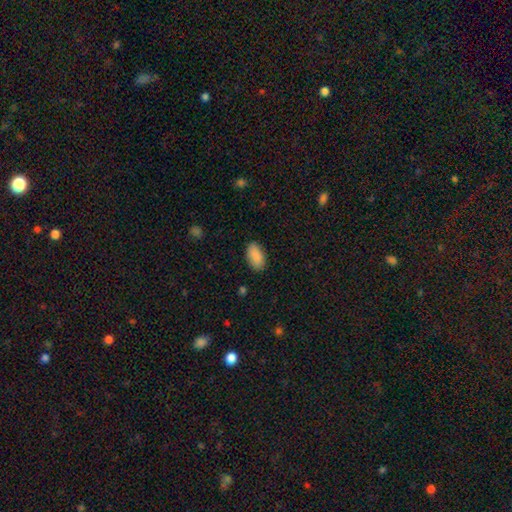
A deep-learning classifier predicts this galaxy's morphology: smooth_or_featured: smooth (p=0.89) [alt: star or artifact p=0.06]
how_rounded: in between (p=0.93) [alt: cigar-shaped p=0.03]
merging: none (p=0.85) [alt: minor disturbance p=0.11]